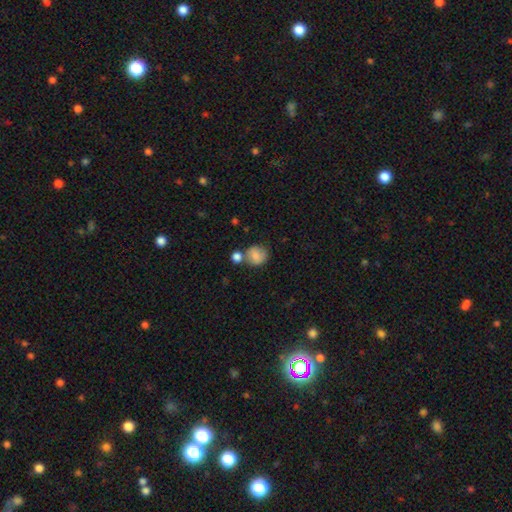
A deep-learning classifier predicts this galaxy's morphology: type=smooth (79%); roundness=round (82%); merging=none (55%).